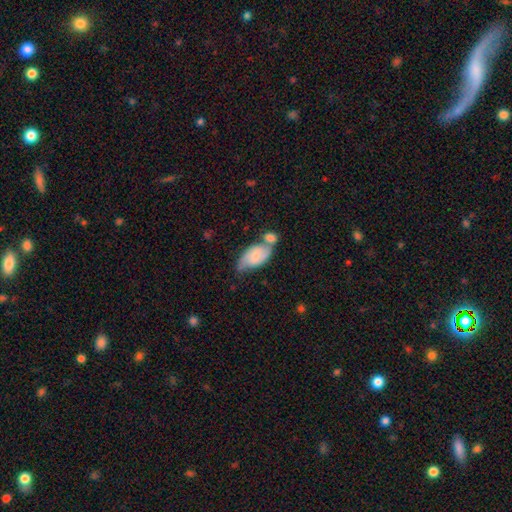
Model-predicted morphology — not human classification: Smooth or featured?
  - smooth: 55% *
  - featured or disk: 39%
  - star or artifact: 7%
How rounded?
  - in between: 91% *
  - round: 6%
  - cigar-shaped: 3%
Merging?
  - merger: 44% *
  - none: 28%
  - minor disturbance: 20%
  - major disturbance: 9%